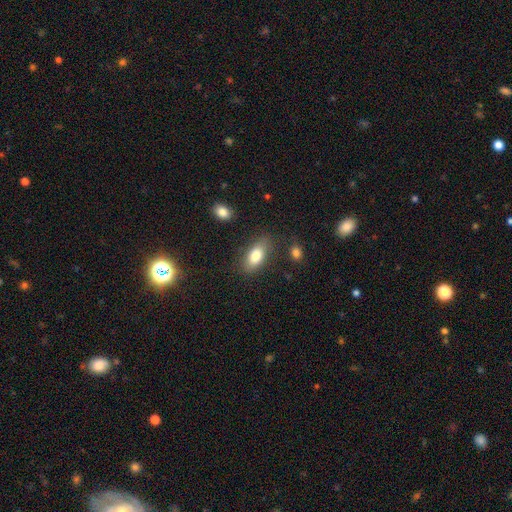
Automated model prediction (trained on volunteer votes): Q: Smooth or featured?
A: smooth (82%); runner-up: featured or disk (11%)
Q: How rounded?
A: in between (87%); runner-up: cigar-shaped (8%)
Q: Merging?
A: none (78%); runner-up: minor disturbance (15%)